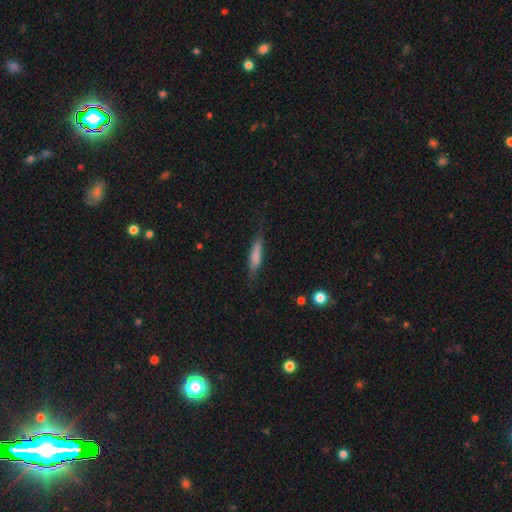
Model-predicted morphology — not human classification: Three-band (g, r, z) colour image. It shows a smooth galaxy with no disk features (72%) that is cigar-shaped (79%). Merging: none (76%).